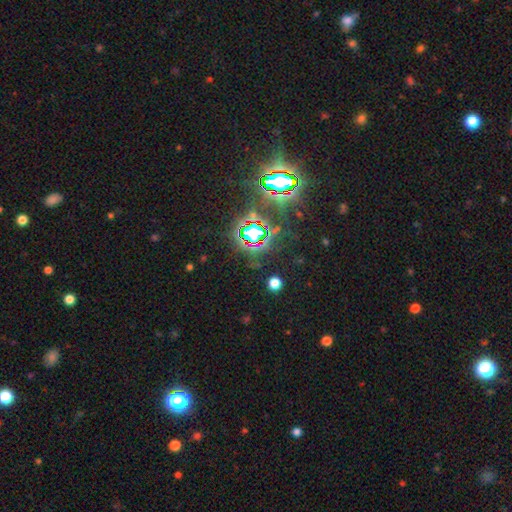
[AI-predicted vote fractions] Smooth or featured? star or artifact (82%)